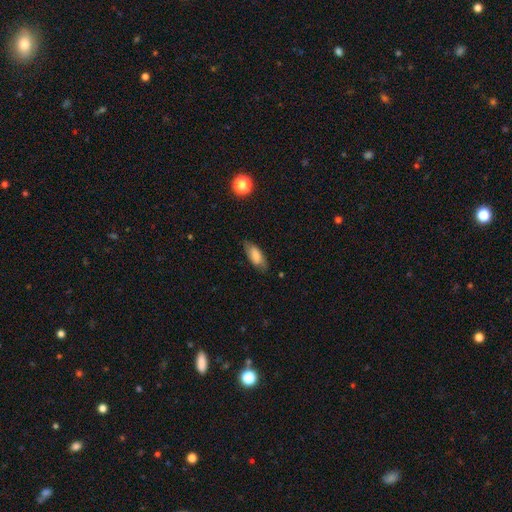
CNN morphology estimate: A smooth galaxy with no disk features (71%) that is in between round and cigar-shaped (80%). Merging: none (75%).